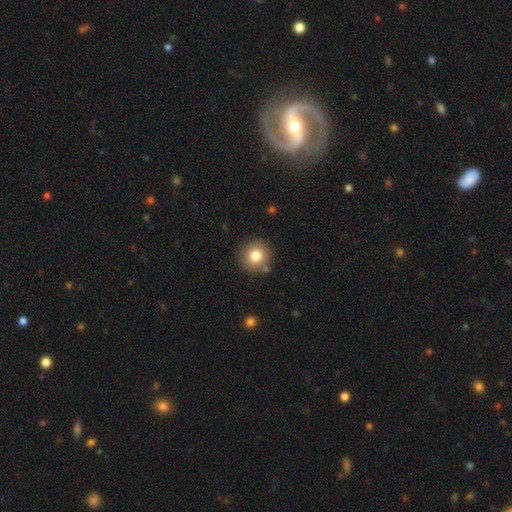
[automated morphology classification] Smooth or featured?
  - smooth: 80% *
  - star or artifact: 11%
  - featured or disk: 10%
How rounded?
  - round: 91% *
  - in between: 8%
  - cigar-shaped: 1%
Merging?
  - none: 84% *
  - minor disturbance: 9%
  - merger: 4%
  - major disturbance: 3%